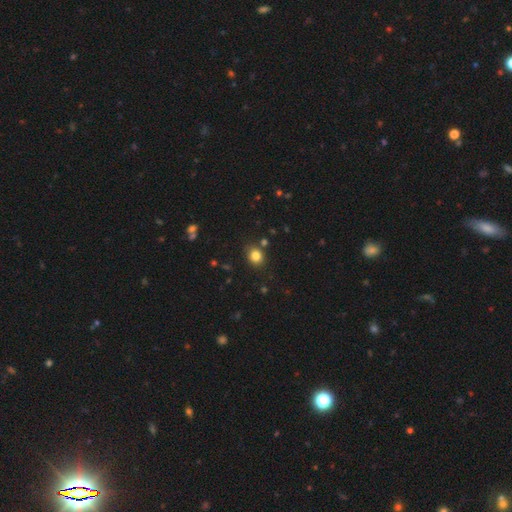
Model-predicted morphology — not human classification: Overall: smooth (82%). How rounded: round (65%; in between 34%). Merging: none (83%).